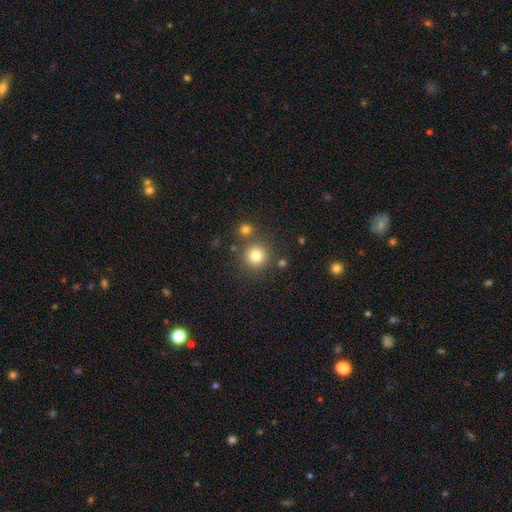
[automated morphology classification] Smooth or featured? smooth (80%)
How rounded? round (94%)
Merging? none (80%)